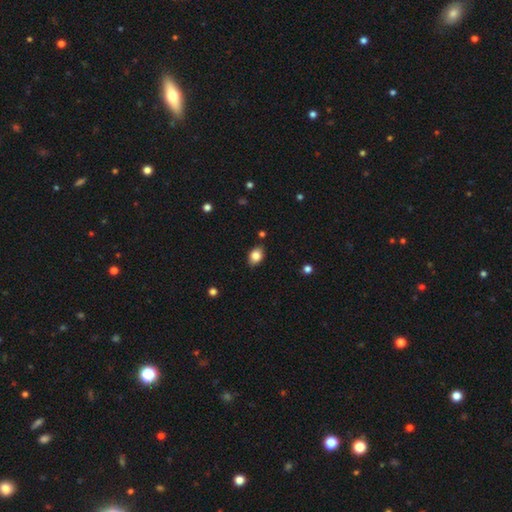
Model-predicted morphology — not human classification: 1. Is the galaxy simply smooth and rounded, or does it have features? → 83% smooth, 9% star or artifact, 8% featured or disk.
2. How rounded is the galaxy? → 76% in between, 22% round, 1% cigar-shaped.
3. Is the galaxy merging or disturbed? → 83% none, 13% minor disturbance, 2% major disturbance, 2% merger.